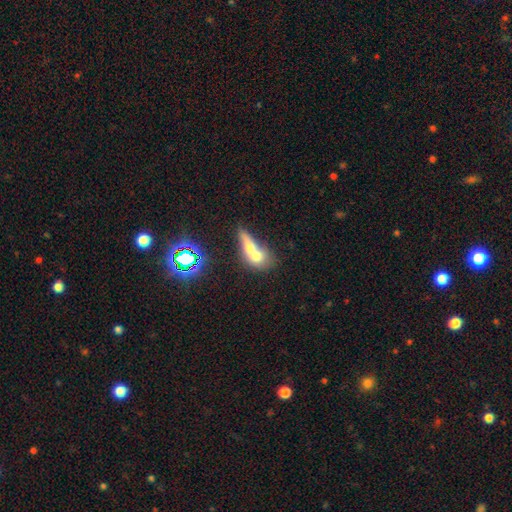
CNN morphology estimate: This is possibly a smooth galaxy (60%). How rounded: possibly in between (54%). Merging: likely merger (65%).